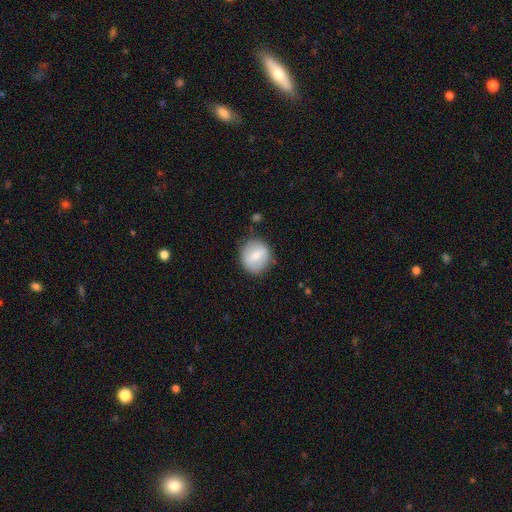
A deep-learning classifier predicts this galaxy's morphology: Overall: smooth (66%; featured or disk 27%). How rounded: round (86%). Merging: none (82%).